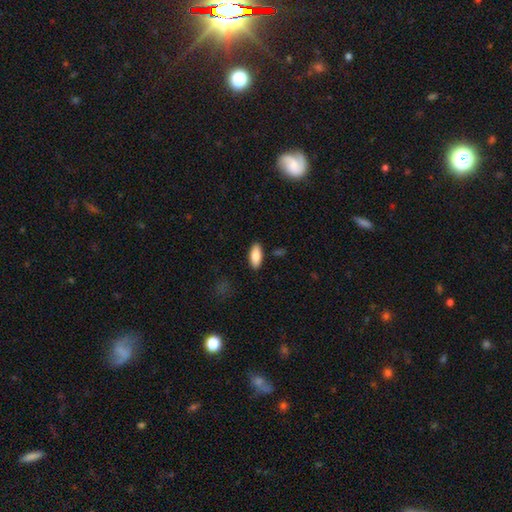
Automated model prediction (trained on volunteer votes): Smooth or featured: smooth — 83% (featured or disk — 11%)
How rounded: in between — 85% (cigar-shaped — 13%)
Merging: none — 89% (minor disturbance — 8%)